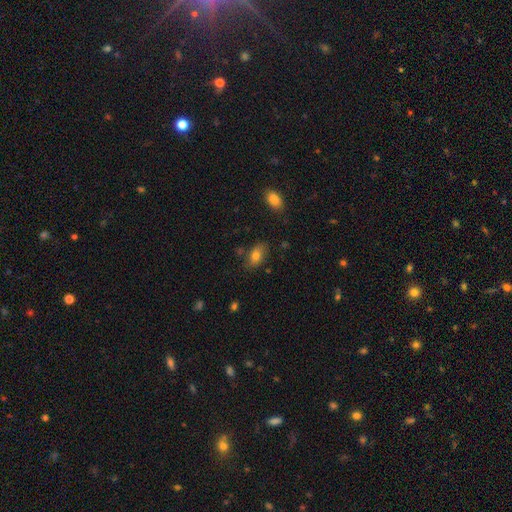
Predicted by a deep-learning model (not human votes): Q: Smooth or featured?
A: smooth (77%); runner-up: featured or disk (13%)
Q: How rounded?
A: in between (88%); runner-up: round (9%)
Q: Merging?
A: none (75%); runner-up: minor disturbance (17%)